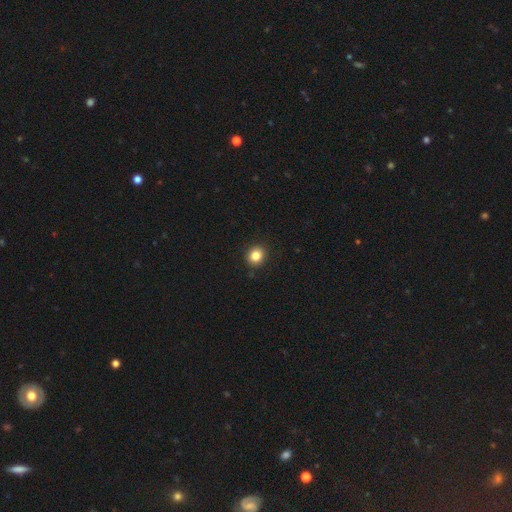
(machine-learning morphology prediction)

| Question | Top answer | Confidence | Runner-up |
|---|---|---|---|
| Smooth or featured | smooth | 84% | star or artifact (11%) |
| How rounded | round | 82% | in between (17%) |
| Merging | none | 91% | minor disturbance (6%) |